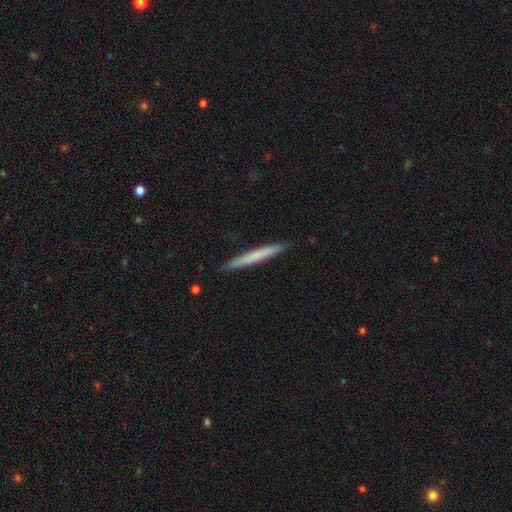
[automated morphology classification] Smooth or featured: smooth — 66% (featured or disk — 29%)
How rounded: cigar-shaped — 97% (in between — 2%)
Merging: none — 91% (minor disturbance — 7%)